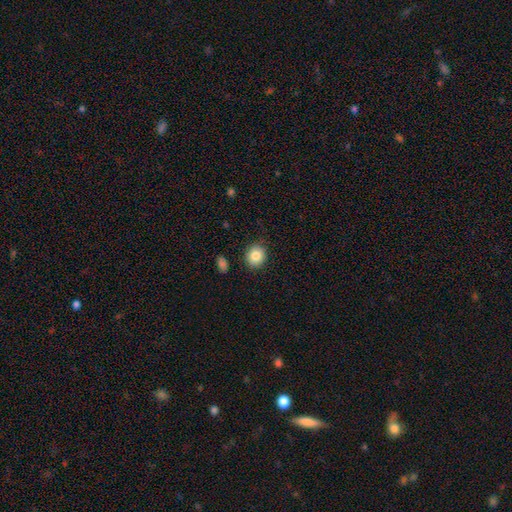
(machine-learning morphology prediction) This appears to be a smooth galaxy with no disk features (84%) that is round (78%). Merging: none (86%).